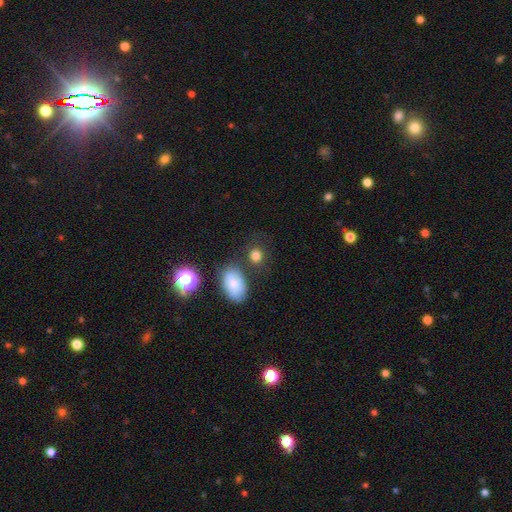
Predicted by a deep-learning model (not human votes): Smooth or featured? smooth (78%)
How rounded? round (66%)
Merging? none (70%)